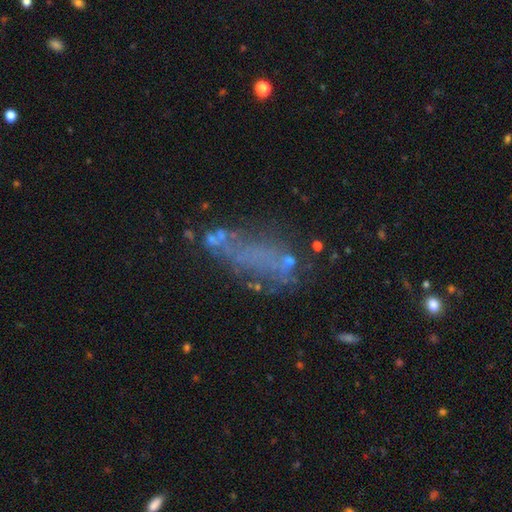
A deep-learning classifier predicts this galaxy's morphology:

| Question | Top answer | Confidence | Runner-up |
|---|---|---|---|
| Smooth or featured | featured or disk | 42% | smooth (32%) |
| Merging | none | 47% | major disturbance (22%) |